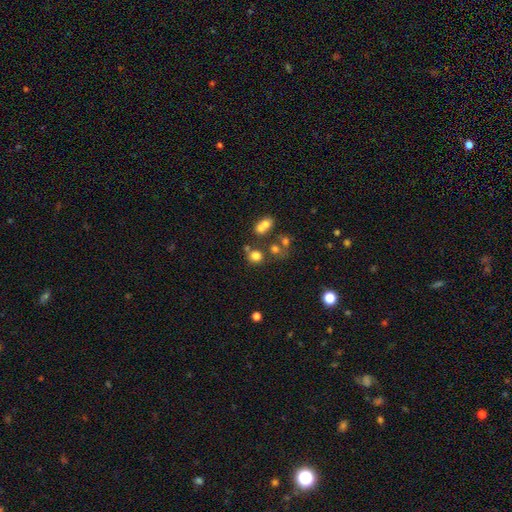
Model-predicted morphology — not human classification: A smooth galaxy with no disk features (75%) that is round (81%). Merging: none (59%).